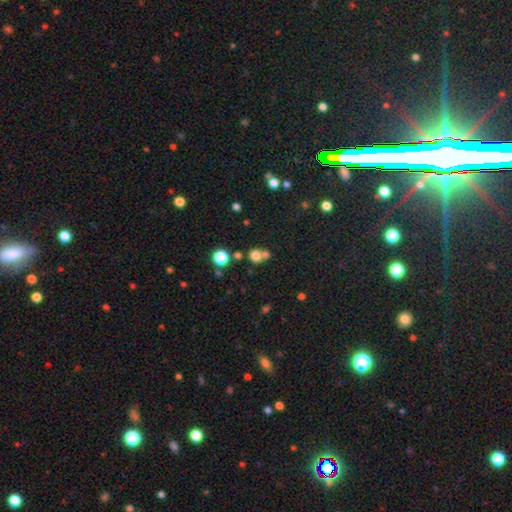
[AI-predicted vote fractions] The model was most divided on "merging": none: 48%, merger: 41%, minor disturbance: 8%, major disturbance: 3%. More confident: how rounded — round (82%); smooth or featured — smooth (74%).